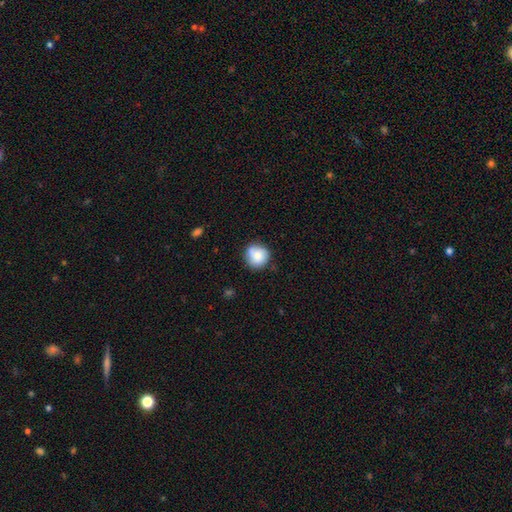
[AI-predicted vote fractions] Smooth or featured: smooth — 79% (featured or disk — 13%)
How rounded: round — 91% (in between — 8%)
Merging: none — 73% (minor disturbance — 18%)